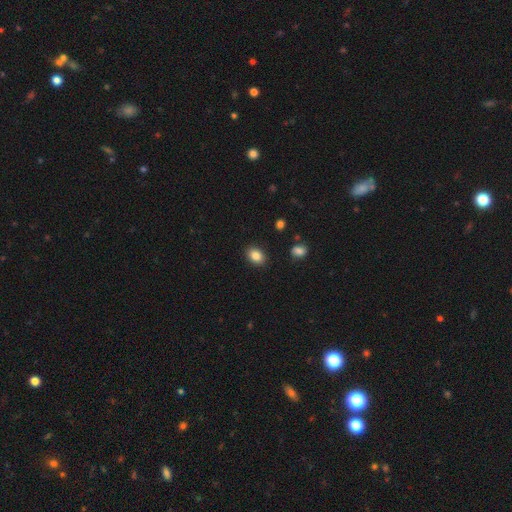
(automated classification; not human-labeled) smooth_or_featured: smooth (p=0.86) [alt: star or artifact p=0.09]
how_rounded: in between (p=0.73) [alt: round p=0.26]
merging: none (p=0.89) [alt: minor disturbance p=0.08]